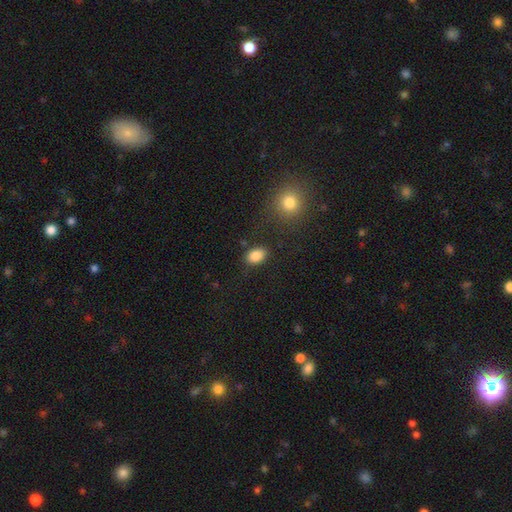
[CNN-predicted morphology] Smooth or featured?
  - smooth: 86% *
  - star or artifact: 9%
  - featured or disk: 5%
How rounded?
  - in between: 81% *
  - round: 17%
  - cigar-shaped: 1%
Merging?
  - none: 82% *
  - minor disturbance: 11%
  - major disturbance: 3%
  - merger: 3%